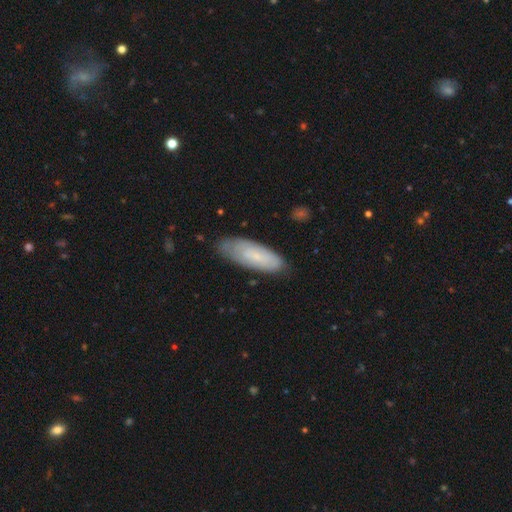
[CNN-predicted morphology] A smooth galaxy with no disk features (57%) that is in between round and cigar-shaped (60%).

Vote fractions:
- Smooth or featured? smooth: 57% / featured or disk: 35% / star or artifact: 8%
- How rounded? in between: 60% / cigar-shaped: 38% / round: 2%
- Merging? none: 76% / minor disturbance: 18% / major disturbance: 4% / merger: 2%